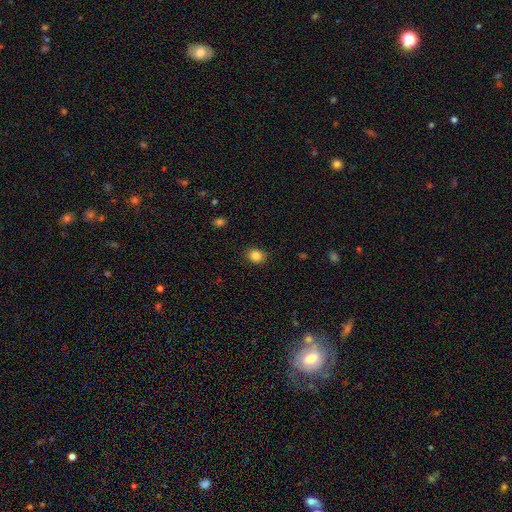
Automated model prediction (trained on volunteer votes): Overall: smooth (84%). How rounded: round (56%; in between 43%). Merging: none (87%).